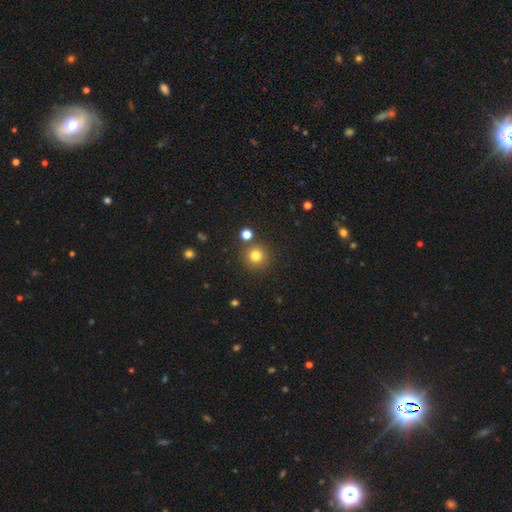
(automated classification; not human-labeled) smooth-or-featured: smooth: 80% | star or artifact: 14% | featured or disk: 6%
  how-rounded: round: 94% | in between: 5% | cigar-shaped: 1%
  merging: none: 84% | minor disturbance: 7% | merger: 6% | major disturbance: 3%